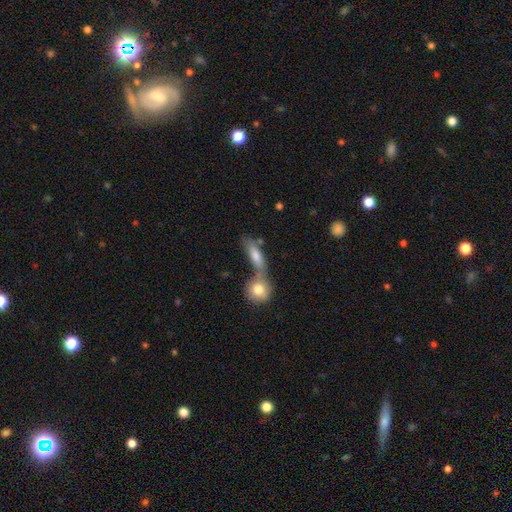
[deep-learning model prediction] smooth-or-featured: smooth: 70% | featured or disk: 21% | star or artifact: 8%
  how-rounded: in between: 50% | cigar-shaped: 41% | round: 9%
  merging: merger: 47% | none: 37% | minor disturbance: 11% | major disturbance: 5%